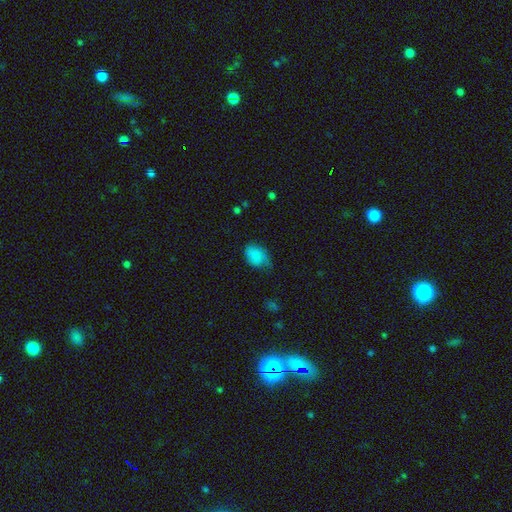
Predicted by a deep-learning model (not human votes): A smooth galaxy with no disk features (81%) that is in between round and cigar-shaped (78%).

Vote fractions:
- Smooth or featured? smooth: 81% / featured or disk: 10% / star or artifact: 9%
- How rounded? in between: 78% / round: 21% / cigar-shaped: 1%
- Merging? none: 41% / minor disturbance: 40% / major disturbance: 18% / merger: 2%